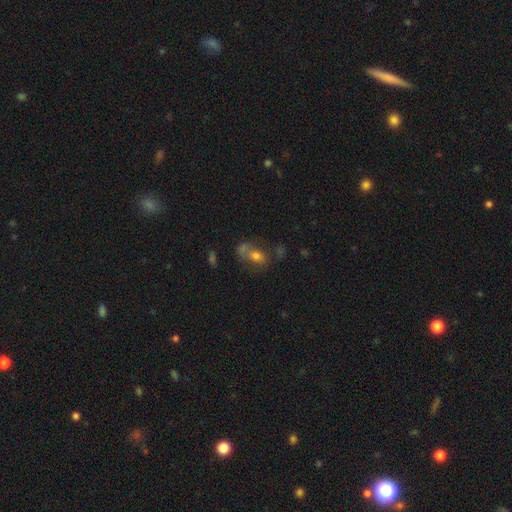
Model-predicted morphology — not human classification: Smooth or featured: smooth — 62% (featured or disk — 23%)
How rounded: in between — 71% (round — 26%)
Merging: merger — 36% (none — 34%)